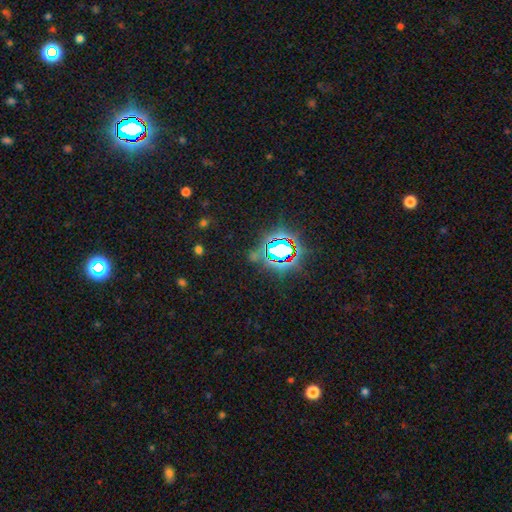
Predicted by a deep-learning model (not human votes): Smooth or featured? star or artifact (82%)